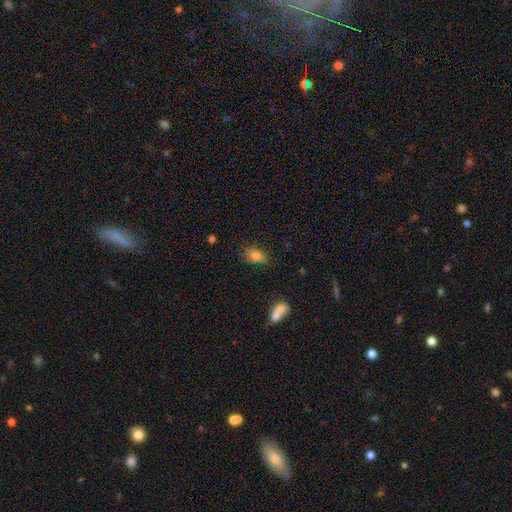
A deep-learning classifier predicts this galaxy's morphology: A smooth galaxy with no disk features (82%) that is in between round and cigar-shaped (82%). Merging: none (72%).